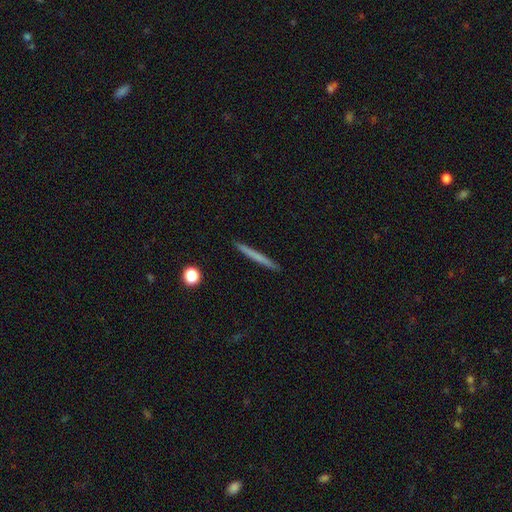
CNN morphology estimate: type=smooth (62%); roundness=cigar-shaped (97%); merging=none (93%).